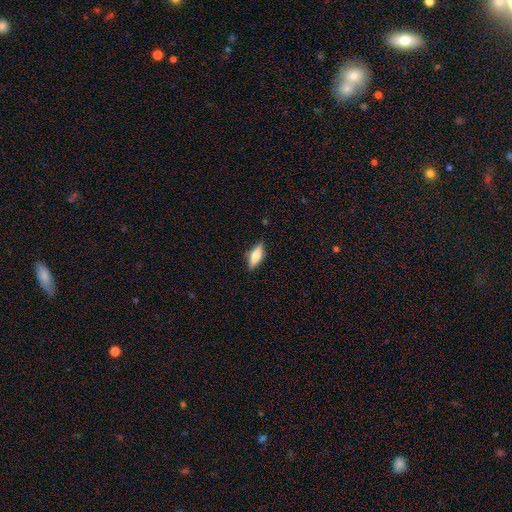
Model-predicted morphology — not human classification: smooth_or_featured: smooth (p=0.59) [alt: featured or disk p=0.34]
how_rounded: in between (p=0.66) [alt: cigar-shaped p=0.31]
merging: none (p=0.84) [alt: minor disturbance p=0.12]